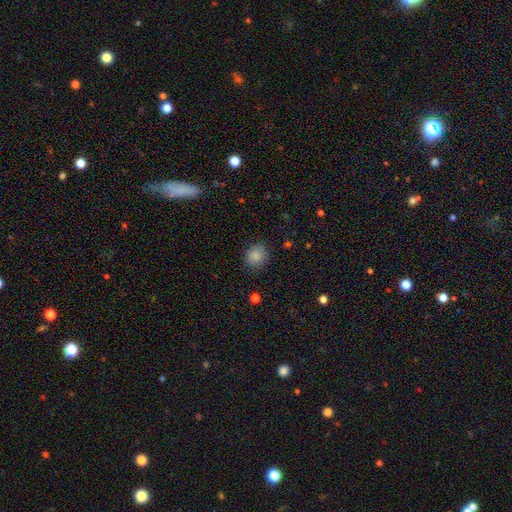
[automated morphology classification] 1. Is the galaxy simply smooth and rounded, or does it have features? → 86% smooth, 10% star or artifact, 4% featured or disk.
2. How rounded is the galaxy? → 75% round, 24% in between, 1% cigar-shaped.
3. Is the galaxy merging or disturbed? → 85% none, 11% minor disturbance, 3% major disturbance, 1% merger.